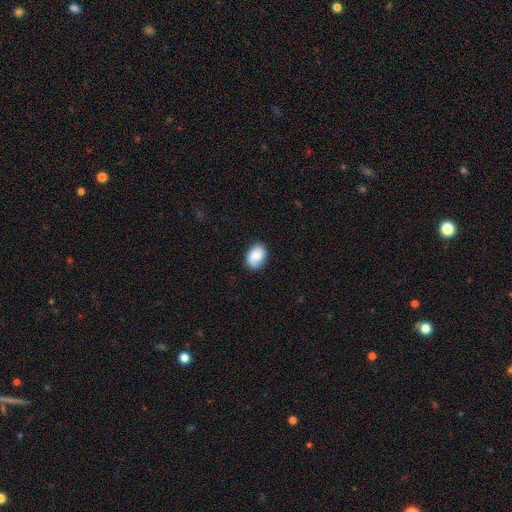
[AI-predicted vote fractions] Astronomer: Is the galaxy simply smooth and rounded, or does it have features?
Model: smooth — 74%.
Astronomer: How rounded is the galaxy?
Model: in between — 75%.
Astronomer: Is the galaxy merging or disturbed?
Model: none — 80%.